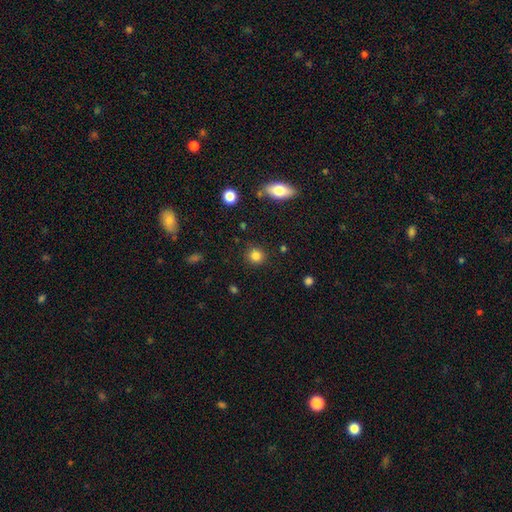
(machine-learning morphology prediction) The model was most divided on "smooth or featured": smooth: 83%, star or artifact: 11%, featured or disk: 5%. More confident: how rounded — round (89%); merging — none (89%).